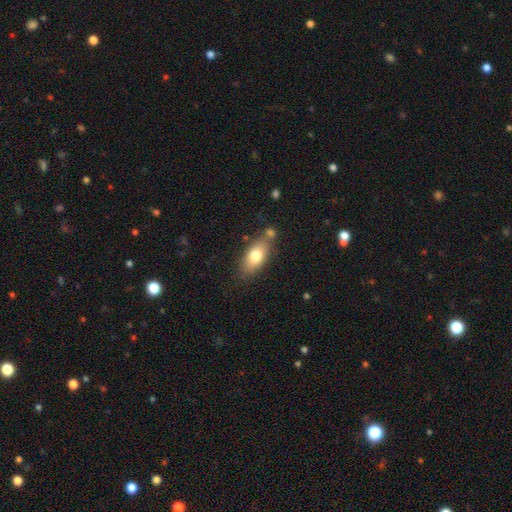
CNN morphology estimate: Overall: smooth (76%). How rounded: in between (84%). Merging: none (66%).